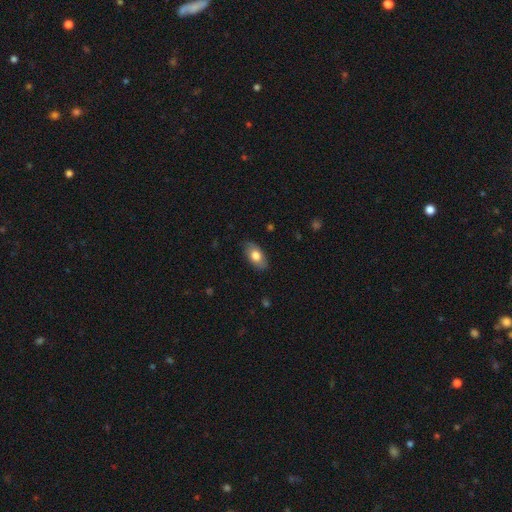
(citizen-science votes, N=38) Smooth or featured? smooth (68%)
How rounded? in between (92%)
Merging? none (78%)